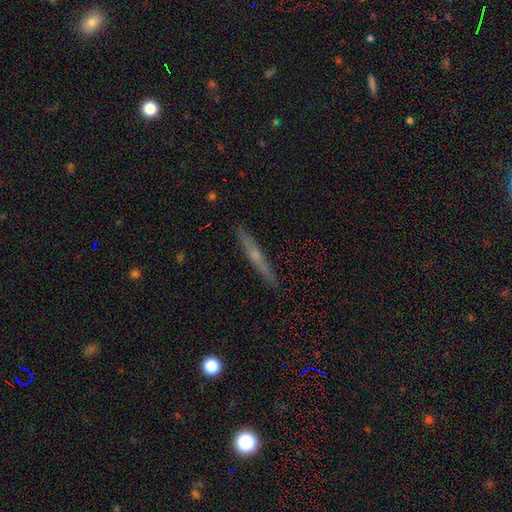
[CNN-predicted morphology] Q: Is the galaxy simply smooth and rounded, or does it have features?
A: featured or disk — 59%.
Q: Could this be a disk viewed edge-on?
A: yes — 96%.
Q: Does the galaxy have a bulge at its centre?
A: rounded — 64%.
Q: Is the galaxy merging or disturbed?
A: none — 91%.